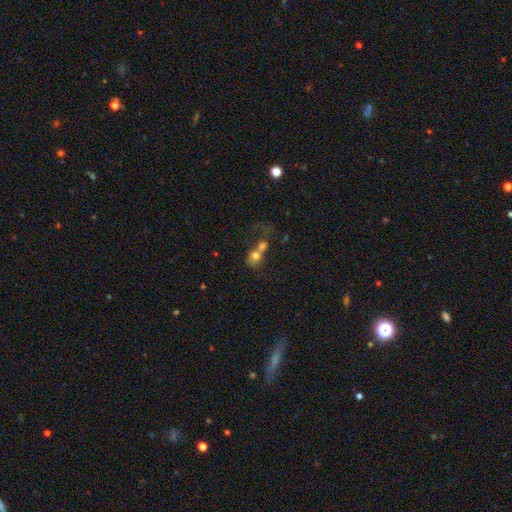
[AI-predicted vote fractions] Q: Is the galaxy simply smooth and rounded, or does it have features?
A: smooth — 69%.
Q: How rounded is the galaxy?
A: round — 66%.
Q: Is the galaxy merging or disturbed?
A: merger — 68%.